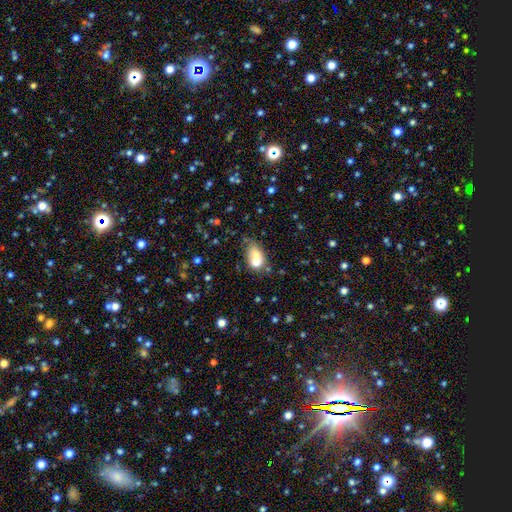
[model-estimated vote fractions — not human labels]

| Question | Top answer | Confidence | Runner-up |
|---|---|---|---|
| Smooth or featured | smooth | 66% | featured or disk (23%) |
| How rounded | in between | 66% | round (31%) |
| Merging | merger | 54% | none (28%) |